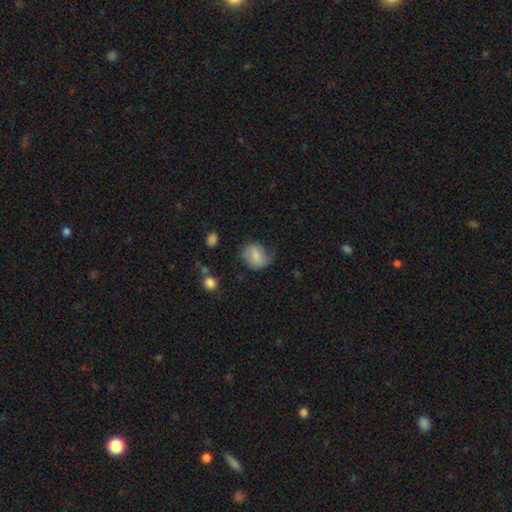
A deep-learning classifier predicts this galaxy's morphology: This is likely a smooth galaxy (78%). How rounded: likely round (60%). Merging: likely none (62%).